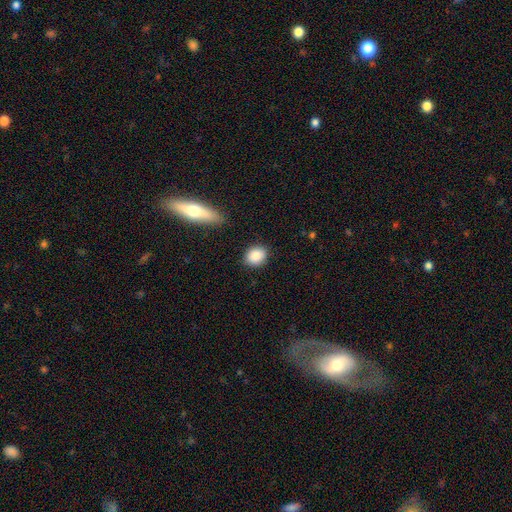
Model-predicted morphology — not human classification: A smooth galaxy with no disk features (87%) that is round (60%). Merging: none (87%).